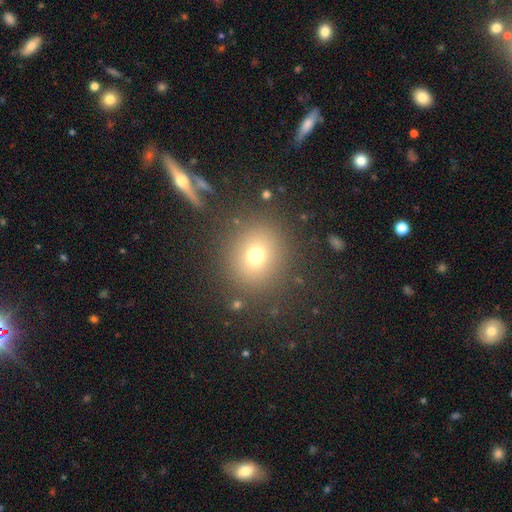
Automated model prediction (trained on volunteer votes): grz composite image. It shows a smooth galaxy with no disk features (70%) that is round (78%). Merging: none (84%).